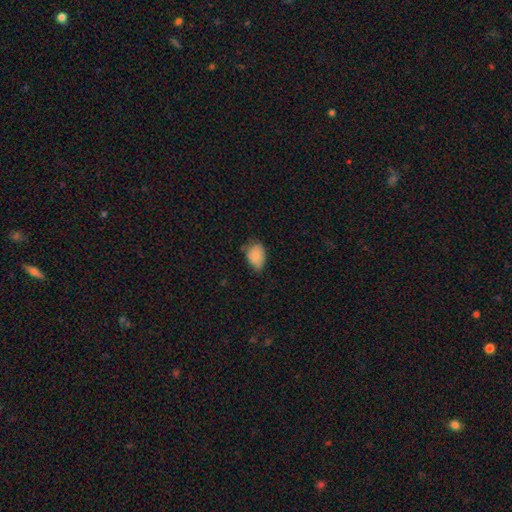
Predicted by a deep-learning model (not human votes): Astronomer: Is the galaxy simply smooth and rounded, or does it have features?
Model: smooth — 83%.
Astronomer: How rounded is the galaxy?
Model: in between — 80%.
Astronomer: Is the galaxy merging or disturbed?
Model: none — 45% (runner-up: minor disturbance, 43%).